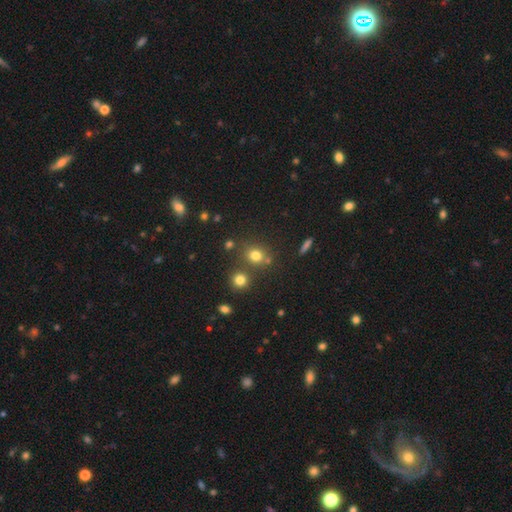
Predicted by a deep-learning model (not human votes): Smooth or featured: smooth — 74% (star or artifact — 18%)
How rounded: round — 77% (in between — 22%)
Merging: none — 70% (merger — 16%)